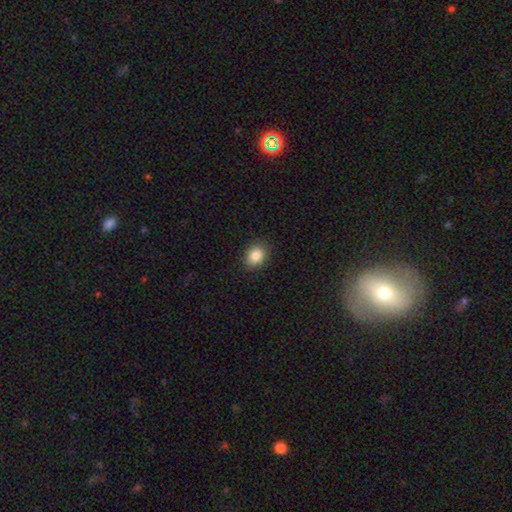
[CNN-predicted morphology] Smooth or featured: smooth — 86% (star or artifact — 9%)
How rounded: in between — 52% (round — 47%)
Merging: none — 89% (minor disturbance — 8%)